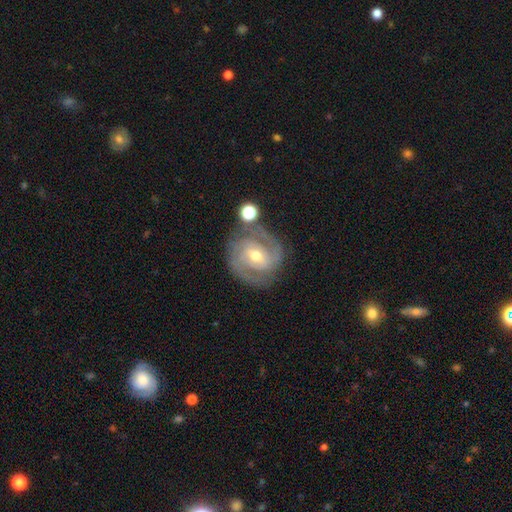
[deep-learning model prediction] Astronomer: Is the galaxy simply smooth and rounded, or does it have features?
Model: featured or disk — 86%.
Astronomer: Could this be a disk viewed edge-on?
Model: no — 97%.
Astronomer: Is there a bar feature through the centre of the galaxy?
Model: weak — 48% (runner-up: no, 32%).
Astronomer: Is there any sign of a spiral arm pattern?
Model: yes — 96%.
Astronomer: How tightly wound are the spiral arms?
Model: tight — 61%.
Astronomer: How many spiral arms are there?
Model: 2 — 71%.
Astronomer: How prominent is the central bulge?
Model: moderate — 65%.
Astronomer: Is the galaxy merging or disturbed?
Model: none — 75%.